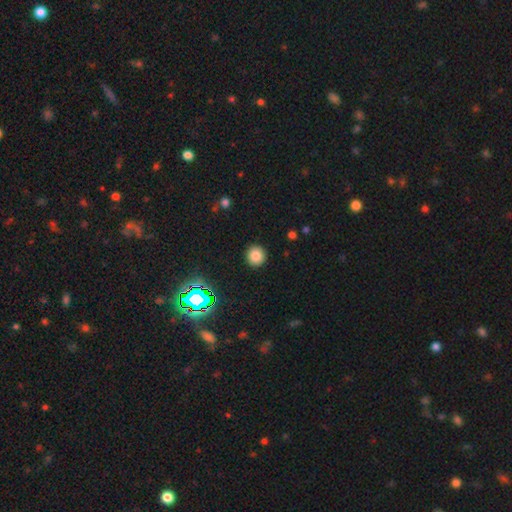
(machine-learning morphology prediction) Overall: smooth (80%). How rounded: round (92%). Merging: none (91%).